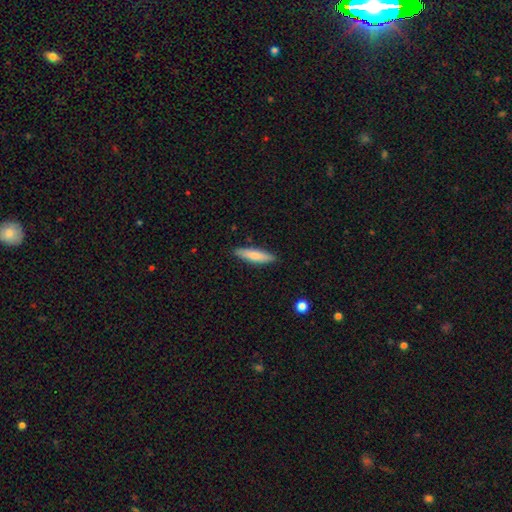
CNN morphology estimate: Smooth or featured?
  - smooth: 78% *
  - featured or disk: 16%
  - star or artifact: 5%
How rounded?
  - cigar-shaped: 75% *
  - in between: 23%
  - round: 1%
Merging?
  - none: 88% *
  - minor disturbance: 9%
  - major disturbance: 2%
  - merger: 1%